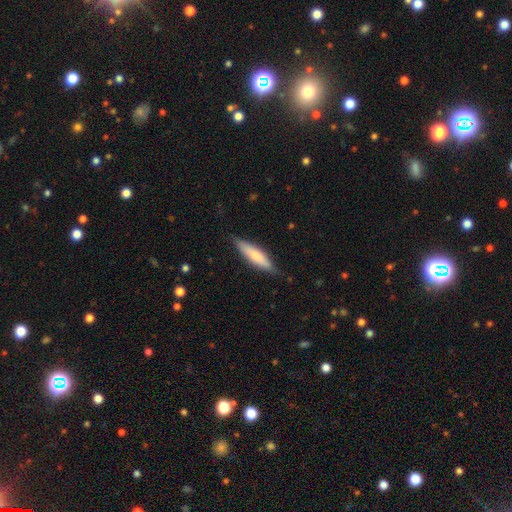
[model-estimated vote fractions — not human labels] smooth 73%, featured or disk 22%, star or artifact 5%. Down the decision tree: how rounded — cigar-shaped (74%); merging — none (82%).